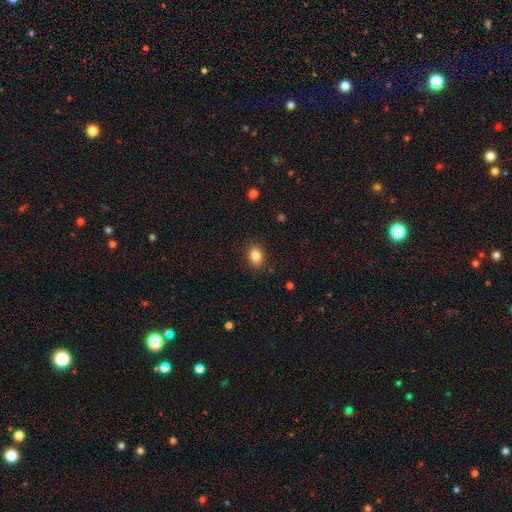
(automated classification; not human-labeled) Smooth or featured: smooth — 84% (star or artifact — 10%)
How rounded: in between — 64% (round — 35%)
Merging: none — 88% (minor disturbance — 9%)